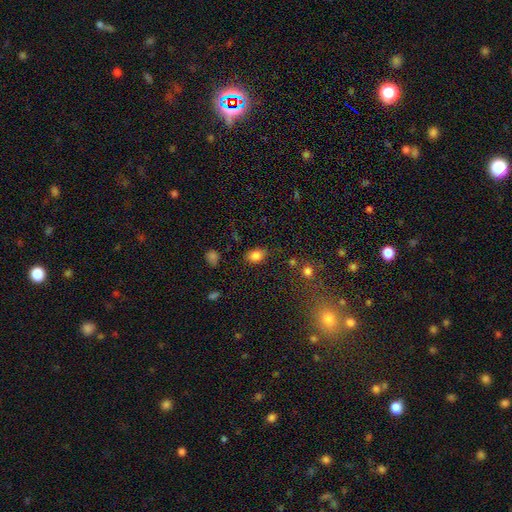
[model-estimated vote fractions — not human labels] Smooth or featured?
  - smooth: 83% *
  - star or artifact: 10%
  - featured or disk: 7%
How rounded?
  - in between: 77% *
  - round: 22%
  - cigar-shaped: 1%
Merging?
  - none: 78% *
  - minor disturbance: 15%
  - major disturbance: 4%
  - merger: 2%